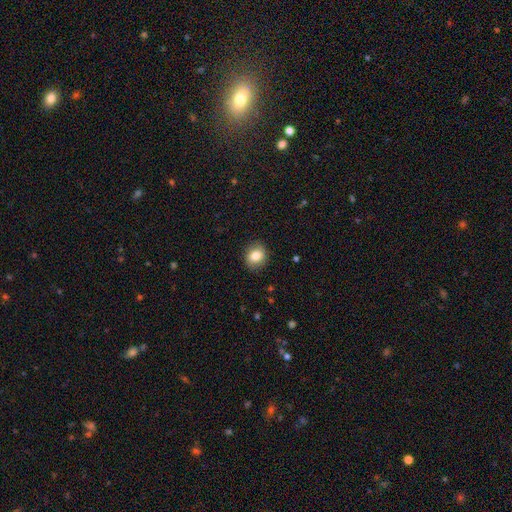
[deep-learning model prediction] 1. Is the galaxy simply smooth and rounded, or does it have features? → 82% smooth, 9% star or artifact, 9% featured or disk.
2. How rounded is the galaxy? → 70% round, 29% in between, 1% cigar-shaped.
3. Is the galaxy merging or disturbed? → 88% none, 9% minor disturbance, 2% major disturbance, 1% merger.